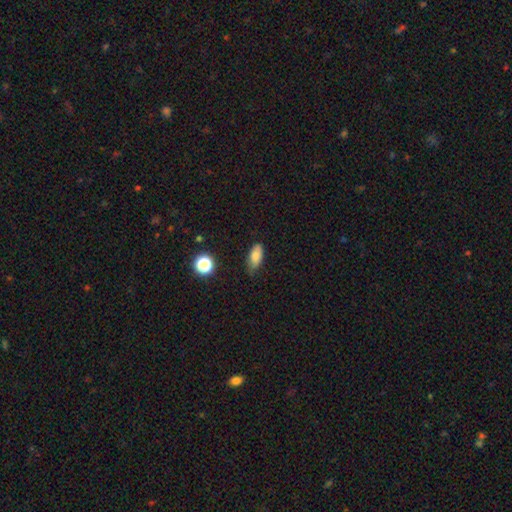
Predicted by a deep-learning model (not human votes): Smooth or featured?
  - smooth: 80% *
  - featured or disk: 11%
  - star or artifact: 9%
How rounded?
  - in between: 86% *
  - cigar-shaped: 9%
  - round: 5%
Merging?
  - none: 67% *
  - minor disturbance: 27%
  - major disturbance: 4%
  - merger: 2%